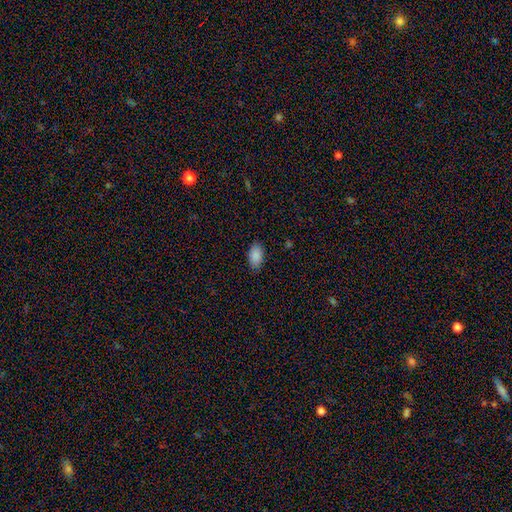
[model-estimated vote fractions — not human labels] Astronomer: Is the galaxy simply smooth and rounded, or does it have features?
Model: smooth — 89%.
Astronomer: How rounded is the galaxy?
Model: in between — 93%.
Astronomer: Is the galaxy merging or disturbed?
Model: none — 85%.